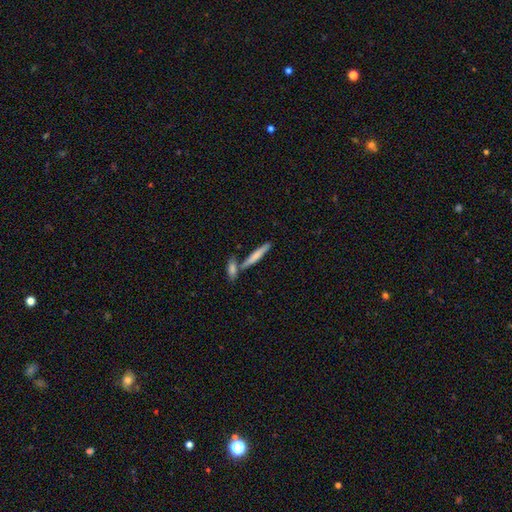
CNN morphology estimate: Smooth or featured?
  - smooth: 66% *
  - featured or disk: 29%
  - star or artifact: 6%
How rounded?
  - cigar-shaped: 88% *
  - in between: 10%
  - round: 2%
Merging?
  - none: 65% *
  - merger: 23%
  - minor disturbance: 10%
  - major disturbance: 3%